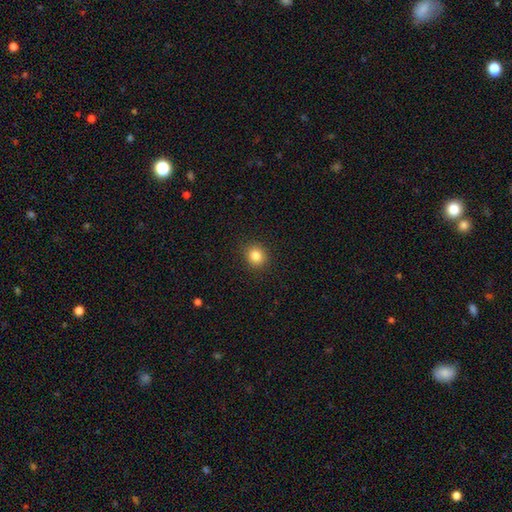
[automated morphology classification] A smooth galaxy with no disk features (84%) that is round (82%).

Vote fractions:
- Smooth or featured? smooth: 84% / star or artifact: 11% / featured or disk: 5%
- How rounded? round: 82% / in between: 17% / cigar-shaped: 1%
- Merging? none: 91% / minor disturbance: 6% / major disturbance: 2% / merger: 1%